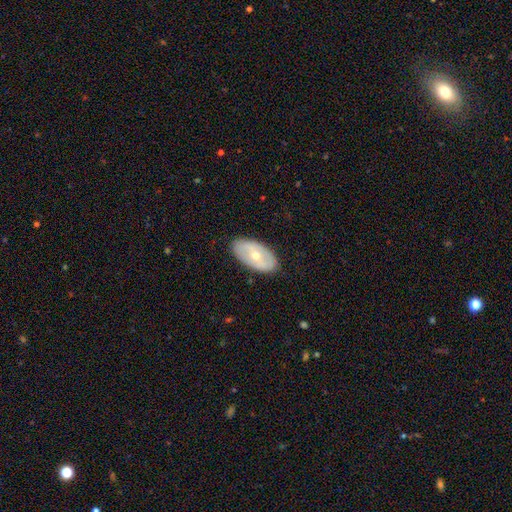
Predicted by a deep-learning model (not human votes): A featured or disk galaxy (50%). Merging: none (84%).